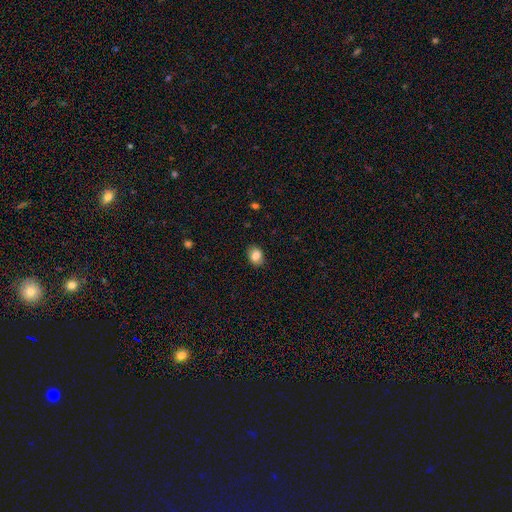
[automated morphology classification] Q: Smooth or featured?
A: smooth (84%); runner-up: star or artifact (9%)
Q: How rounded?
A: in between (63%); runner-up: round (36%)
Q: Merging?
A: none (86%); runner-up: minor disturbance (11%)